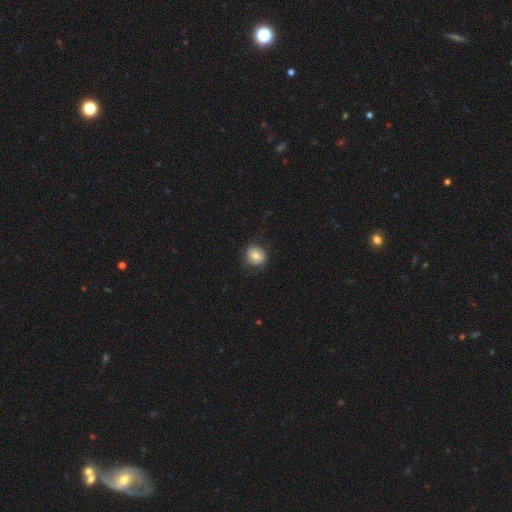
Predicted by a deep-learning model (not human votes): Morphology: type=smooth (70%); roundness=round (82%); merging=none (76%).